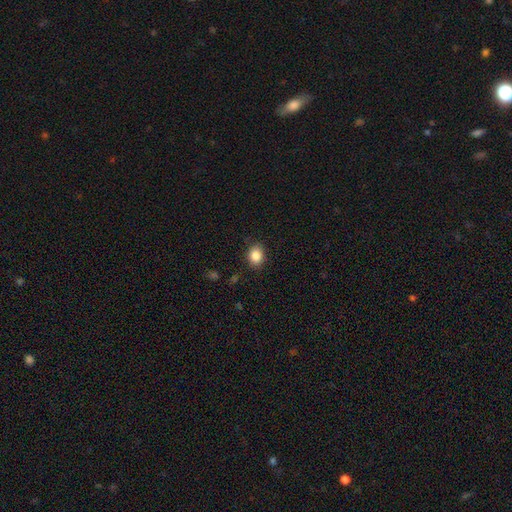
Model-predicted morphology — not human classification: This is clearly a smooth galaxy (86%). How rounded: possibly in between (57%). Merging: clearly none (85%).